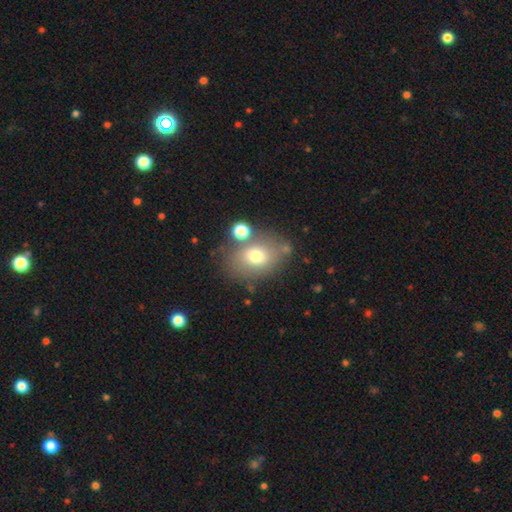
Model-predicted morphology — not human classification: The model was most divided on "how rounded": in between: 65%, round: 34%, cigar-shaped: 1%. More confident: smooth or featured — smooth (70%); merging — none (67%).